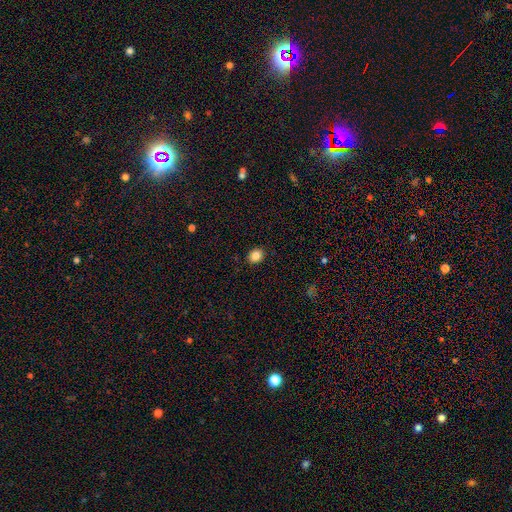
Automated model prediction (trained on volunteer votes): smooth-or-featured: smooth: 84% | star or artifact: 10% | featured or disk: 5%
  how-rounded: round: 64% | in between: 35% | cigar-shaped: 1%
  merging: none: 90% | minor disturbance: 7% | major disturbance: 2% | merger: 1%